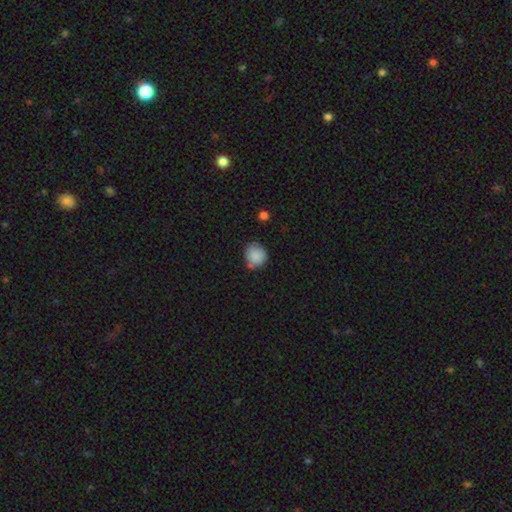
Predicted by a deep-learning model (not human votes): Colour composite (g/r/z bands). It shows a smooth galaxy with no disk features (87%) that is round (83%). Merging: none (71%).